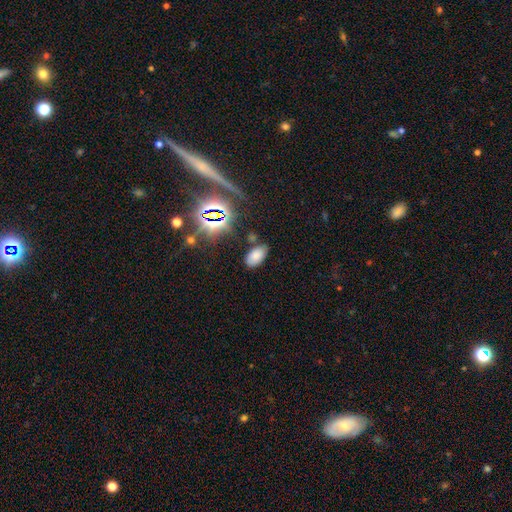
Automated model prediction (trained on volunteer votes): A smooth galaxy with no disk features (73%) that is in between round and cigar-shaped (94%).

Vote fractions:
- Smooth or featured? smooth: 73% / star or artifact: 19% / featured or disk: 8%
- How rounded? in between: 94% / round: 4% / cigar-shaped: 2%
- Merging? none: 79% / minor disturbance: 14% / merger: 4% / major disturbance: 4%